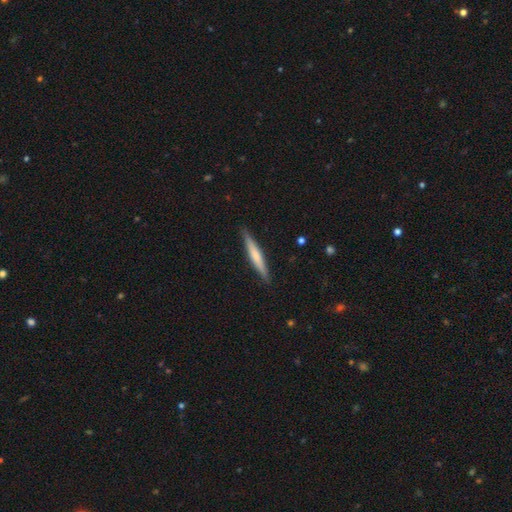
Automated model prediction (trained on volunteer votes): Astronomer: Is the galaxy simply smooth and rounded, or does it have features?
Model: smooth — 58% (runner-up: featured or disk, 37%).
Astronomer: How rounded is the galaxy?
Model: cigar-shaped — 94%.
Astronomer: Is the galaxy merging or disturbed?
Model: none — 90%.